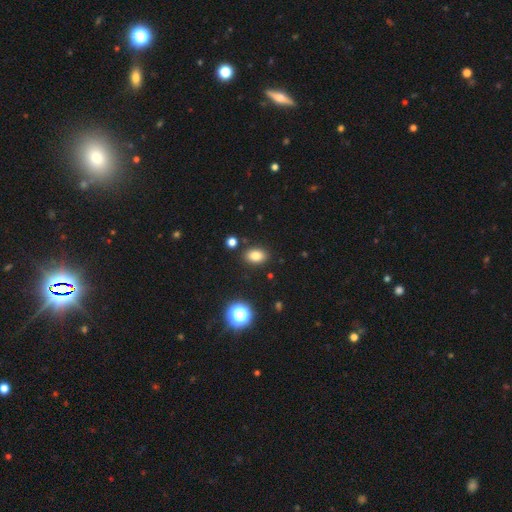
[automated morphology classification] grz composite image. It shows a smooth galaxy with no disk features (81%) that is in between round and cigar-shaped (83%). Merging: none (86%).